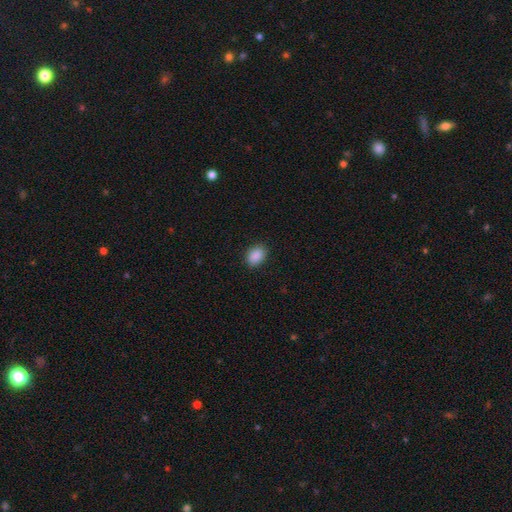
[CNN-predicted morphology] This appears to be a smooth galaxy with no disk features (89%) that is in between round and cigar-shaped (74%). Merging: none (87%).